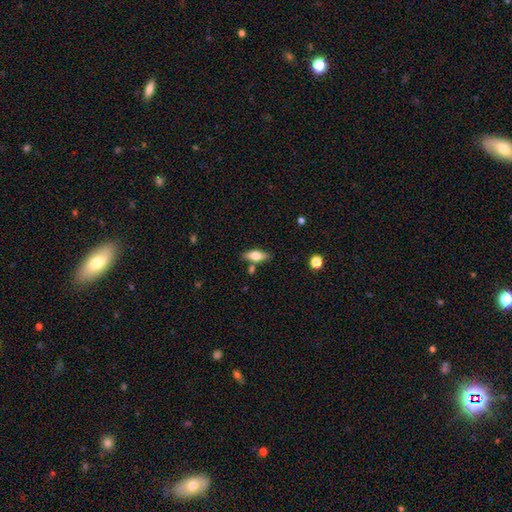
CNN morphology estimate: smooth_or_featured: smooth (p=0.66) [alt: featured or disk p=0.27]
how_rounded: in between (p=0.71) [alt: cigar-shaped p=0.26]
merging: none (p=0.76) [alt: minor disturbance p=0.13]